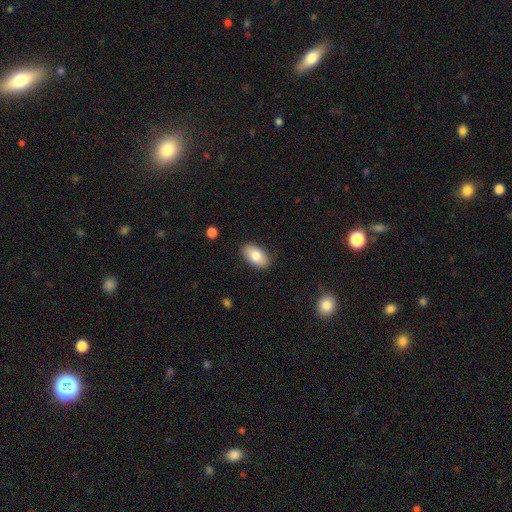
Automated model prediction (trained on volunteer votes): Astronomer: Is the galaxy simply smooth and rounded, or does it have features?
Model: smooth — 81%.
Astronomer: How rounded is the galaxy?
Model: in between — 93%.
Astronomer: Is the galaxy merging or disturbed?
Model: none — 86%.